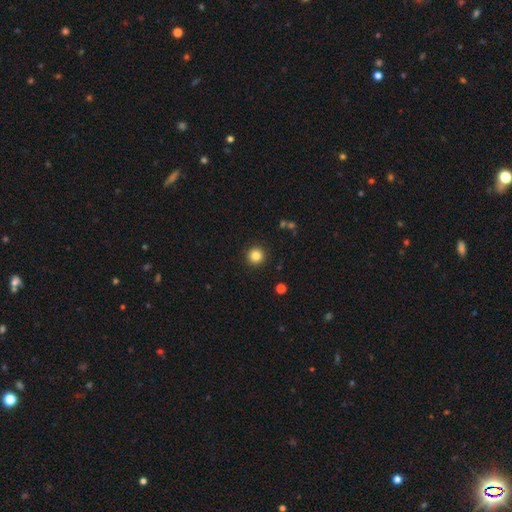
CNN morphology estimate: The model was most divided on "smooth or featured": smooth: 84%, star or artifact: 11%, featured or disk: 5%. More confident: how rounded — round (96%); merging — none (92%).